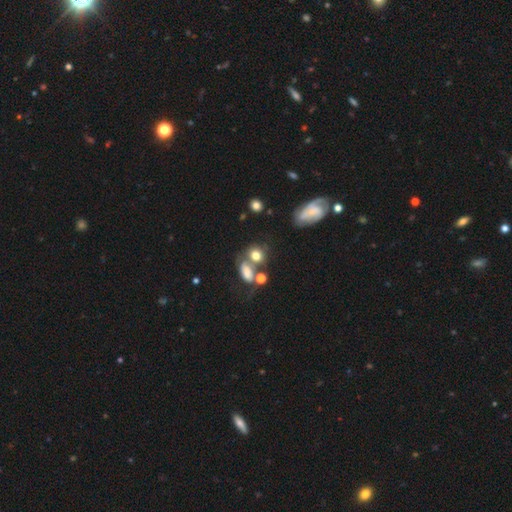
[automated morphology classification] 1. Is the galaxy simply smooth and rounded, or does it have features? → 69% smooth, 19% featured or disk, 13% star or artifact.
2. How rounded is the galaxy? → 54% round, 44% in between, 2% cigar-shaped.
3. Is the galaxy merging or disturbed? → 38% merger, 36% none, 15% minor disturbance, 11% major disturbance.